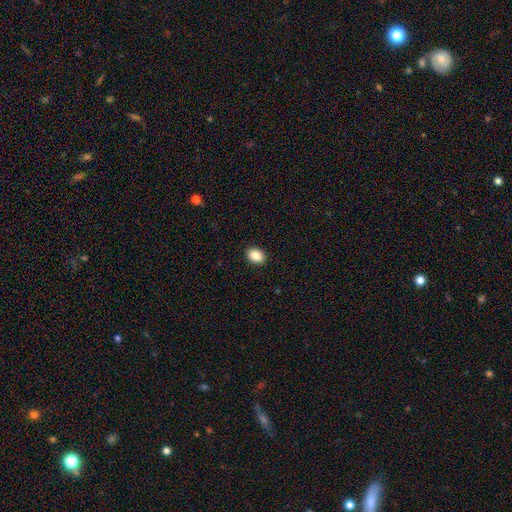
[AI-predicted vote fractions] This is clearly a smooth galaxy (87%). How rounded: likely in between (71%). Merging: clearly none (91%).